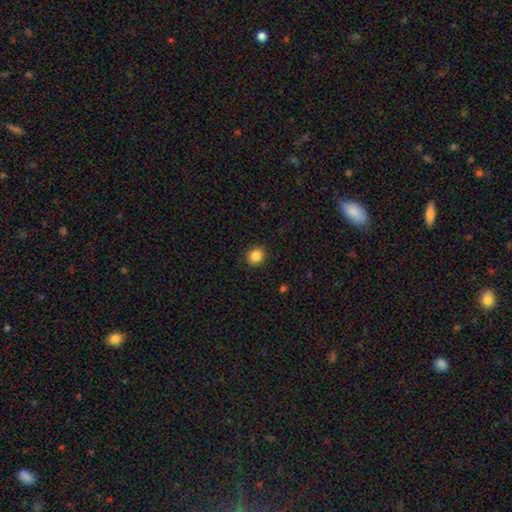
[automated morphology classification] smooth 86%, star or artifact 10%, featured or disk 4%. Down the decision tree: how rounded — round (88%); merging — none (91%).